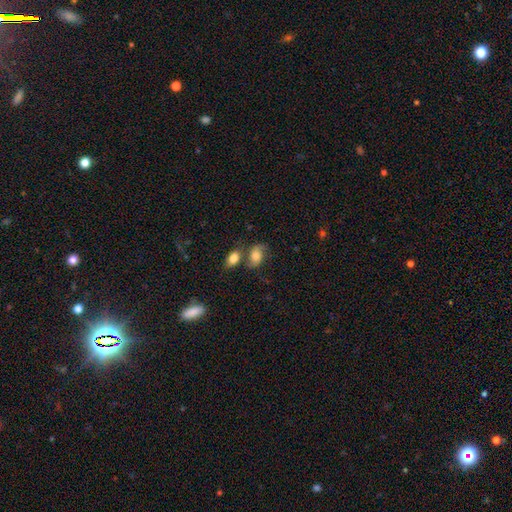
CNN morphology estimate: type=smooth (58%); roundness=in between (82%); merging=none (49%).